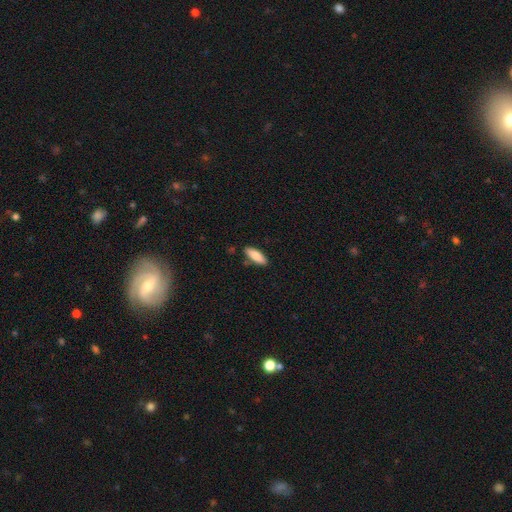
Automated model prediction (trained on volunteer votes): Morphology: type=smooth (81%); roundness=in between (61%); merging=none (84%).